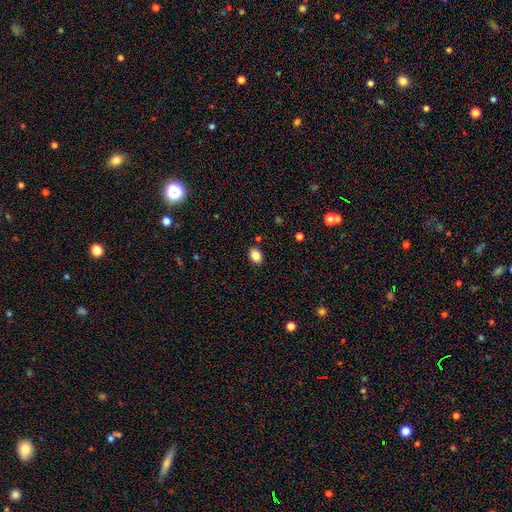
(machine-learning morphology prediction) smooth-or-featured: smooth: 85% | star or artifact: 10% | featured or disk: 5%
  how-rounded: in between: 69% | round: 30% | cigar-shaped: 1%
  merging: none: 87% | minor disturbance: 9% | major disturbance: 2% | merger: 2%